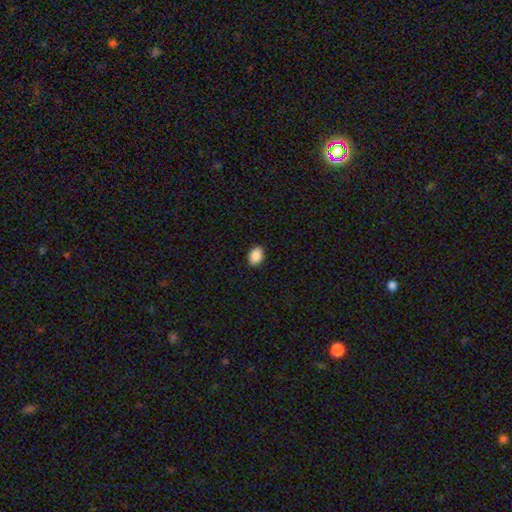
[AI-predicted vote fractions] Smooth or featured? smooth (89%)
How rounded? in between (80%)
Merging? none (90%)